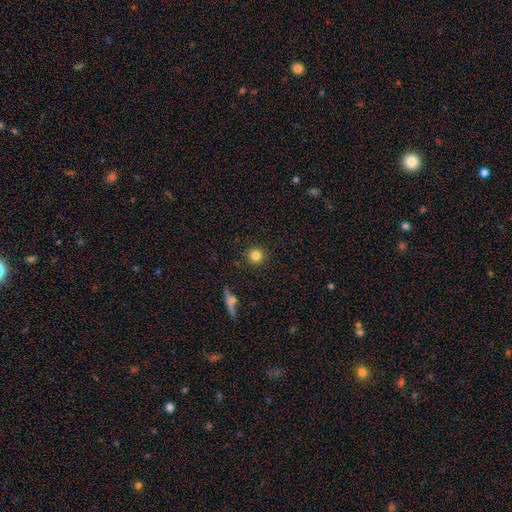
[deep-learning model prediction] A smooth galaxy with no disk features (80%) that is round (95%).

Vote fractions:
- Smooth or featured? smooth: 80% / star or artifact: 12% / featured or disk: 7%
- How rounded? round: 95% / in between: 4% / cigar-shaped: 1%
- Merging? none: 89% / minor disturbance: 7% / major disturbance: 2% / merger: 2%